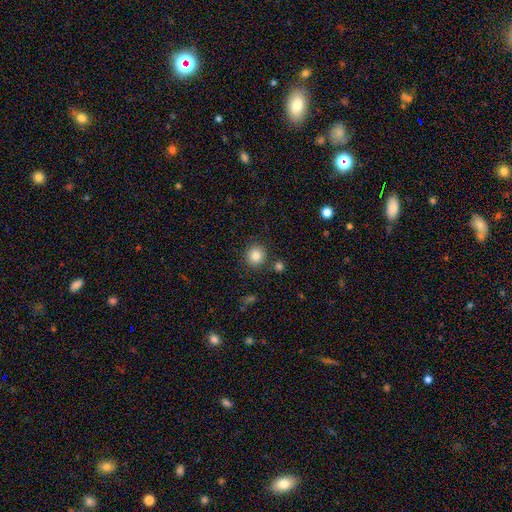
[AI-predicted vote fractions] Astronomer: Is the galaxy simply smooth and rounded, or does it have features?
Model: smooth — 84%.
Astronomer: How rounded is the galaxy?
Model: round — 91%.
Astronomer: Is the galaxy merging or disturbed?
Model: none — 87%.